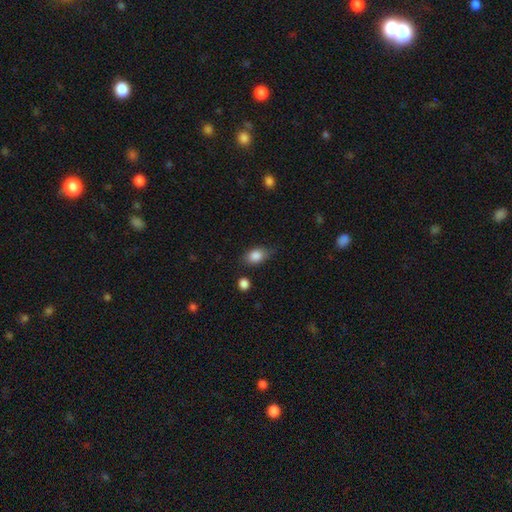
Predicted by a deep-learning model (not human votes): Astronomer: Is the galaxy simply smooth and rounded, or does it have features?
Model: smooth — 85%.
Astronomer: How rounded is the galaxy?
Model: in between — 79%.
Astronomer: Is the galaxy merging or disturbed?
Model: none — 67%.